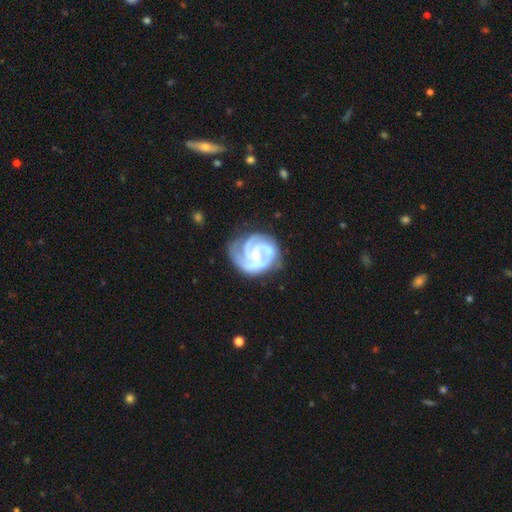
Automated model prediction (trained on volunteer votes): Q: Smooth or featured?
A: featured or disk (92%); runner-up: smooth (4%)
Q: Edge-on disk?
A: no (98%); runner-up: yes (2%)
Q: Bar?
A: no (61%); runner-up: weak (30%)
Q: Spiral arms?
A: yes (98%); runner-up: no (2%)
Q: Spiral winding?
A: tight (60%); runner-up: medium (36%)
Q: Spiral arm count?
A: 3 (62%); runner-up: 2 (18%)
Q: Bulge size?
A: small (64%); runner-up: moderate (32%)
Q: Merging?
A: none (66%); runner-up: minor disturbance (22%)